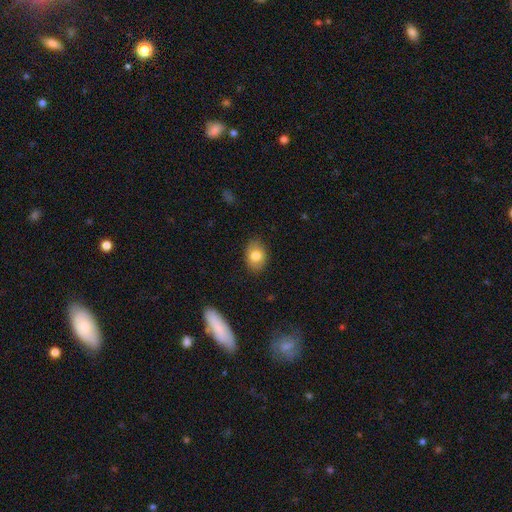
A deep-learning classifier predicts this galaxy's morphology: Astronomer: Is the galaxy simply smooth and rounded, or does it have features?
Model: smooth — 80%.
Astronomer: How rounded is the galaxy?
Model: in between — 72%.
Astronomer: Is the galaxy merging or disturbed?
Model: none — 85%.